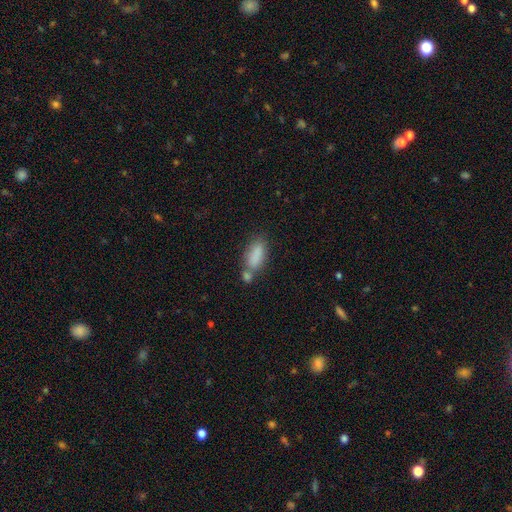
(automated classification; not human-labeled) smooth-or-featured: smooth: 82% | featured or disk: 9% | star or artifact: 8%
  how-rounded: in between: 78% | cigar-shaped: 18% | round: 3%
  merging: none: 40% | merger: 38% | minor disturbance: 15% | major disturbance: 6%